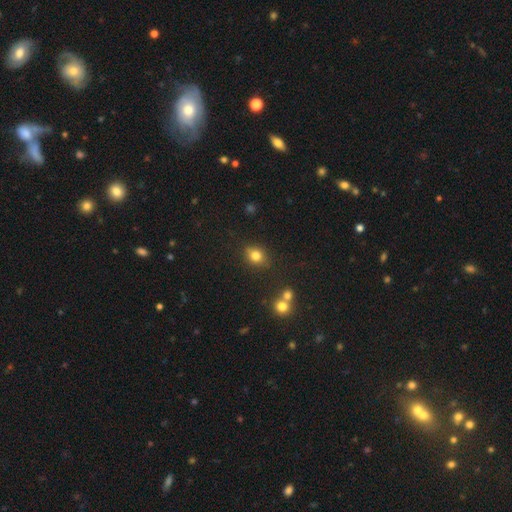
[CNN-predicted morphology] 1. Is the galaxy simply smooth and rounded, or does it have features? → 79% smooth, 13% star or artifact, 8% featured or disk.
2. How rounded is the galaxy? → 59% round, 39% in between, 1% cigar-shaped.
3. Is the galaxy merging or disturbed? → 80% none, 12% minor disturbance, 4% merger, 3% major disturbance.